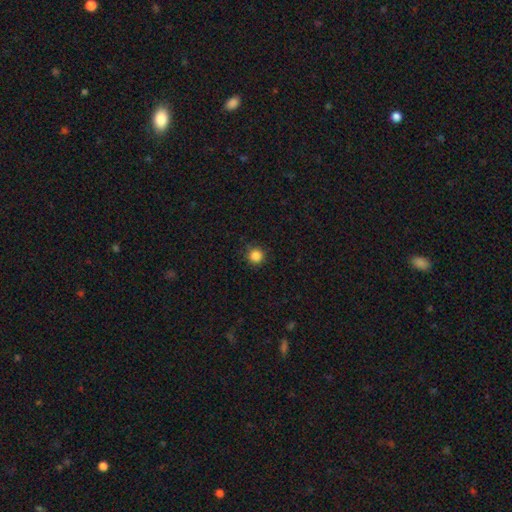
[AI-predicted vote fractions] The model was most divided on "smooth or featured": smooth: 85%, star or artifact: 12%, featured or disk: 3%. More confident: how rounded — round (95%); merging — none (88%).